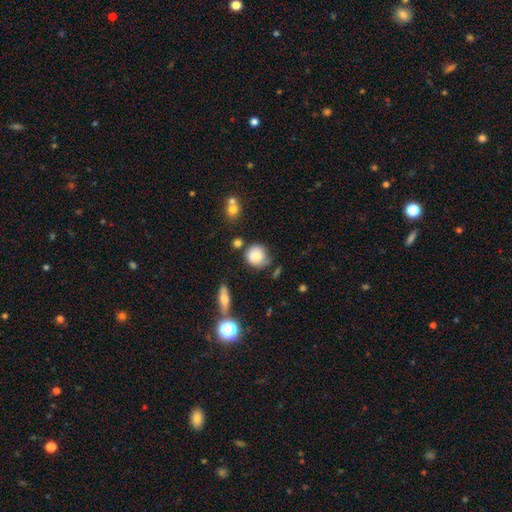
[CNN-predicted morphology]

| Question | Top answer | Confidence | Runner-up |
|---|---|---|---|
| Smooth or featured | smooth | 76% | featured or disk (14%) |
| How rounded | round | 85% | in between (13%) |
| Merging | none | 60% | minor disturbance (26%) |